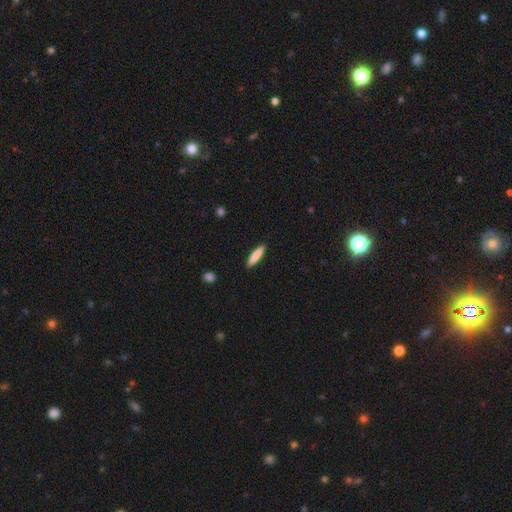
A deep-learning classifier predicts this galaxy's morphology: A smooth galaxy with no disk features (84%) that is cigar-shaped (85%).

Vote fractions:
- Smooth or featured? smooth: 84% / featured or disk: 11% / star or artifact: 6%
- How rounded? cigar-shaped: 85% / in between: 14% / round: 1%
- Merging? none: 91% / minor disturbance: 7% / major disturbance: 2% / merger: 1%